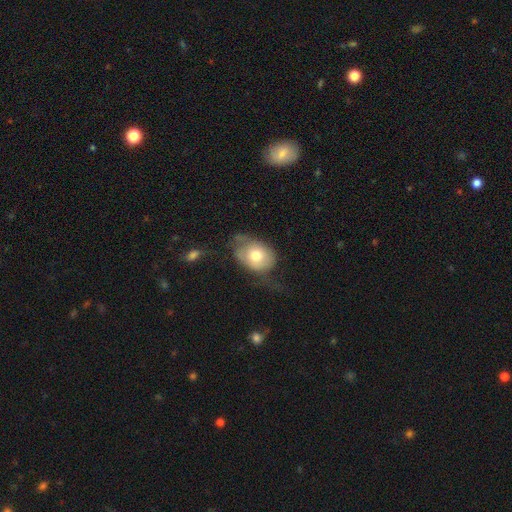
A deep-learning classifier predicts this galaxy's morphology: A smooth galaxy with no disk features (65%) that is in between round and cigar-shaped (68%). Merging: major disturbance (33%).